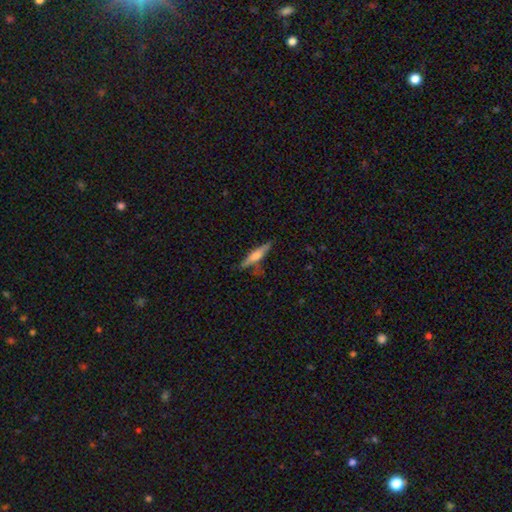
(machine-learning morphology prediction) Overall: featured or disk (48%; smooth 45%). Merging: none (76%).